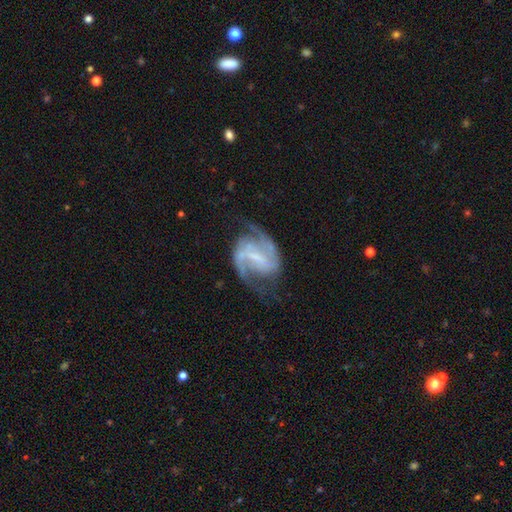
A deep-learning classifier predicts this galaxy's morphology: smooth-or-featured: featured or disk: 90% | star or artifact: 5% | smooth: 5%
  disk-edge-on: no: 98% | yes: 2%
    bar: strong: 49% | weak: 39% | no: 12%
    has-spiral-arms: yes: 97% | no: 3%
      spiral-winding: medium: 55% | loose: 25% | tight: 20%
      spiral-arm-count: 2: 90% | can't tell: 3% | 3: 3% | 1: 2% | 4: 1% | more than 4: 1%
    bulge-size: small: 42% | none: 38% | moderate: 16% | large: 3% | dominant: 1%
  merging: none: 70% | minor disturbance: 16% | major disturbance: 12% | merger: 2%